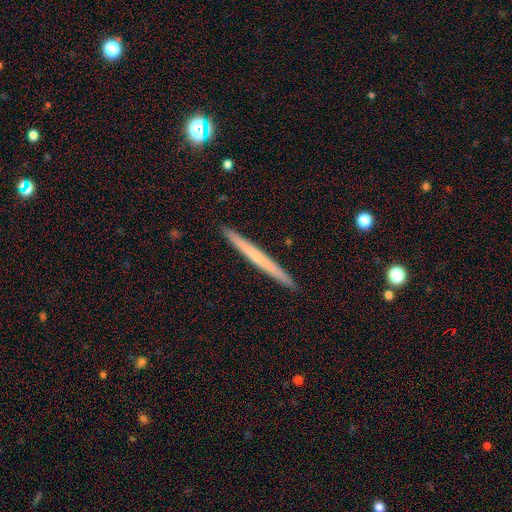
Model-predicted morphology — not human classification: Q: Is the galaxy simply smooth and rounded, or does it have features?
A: smooth — 52%.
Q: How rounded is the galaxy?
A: cigar-shaped — 97%.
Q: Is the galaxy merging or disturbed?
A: none — 93%.